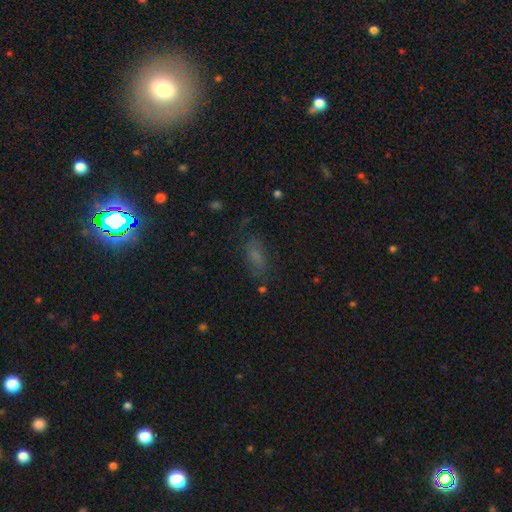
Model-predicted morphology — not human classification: A smooth galaxy with no disk features (51%) that is in between round and cigar-shaped (75%).

Vote fractions:
- Smooth or featured? smooth: 51% / star or artifact: 26% / featured or disk: 23%
- How rounded? in between: 75% / cigar-shaped: 18% / round: 7%
- Merging? none: 68% / minor disturbance: 19% / major disturbance: 10% / merger: 3%